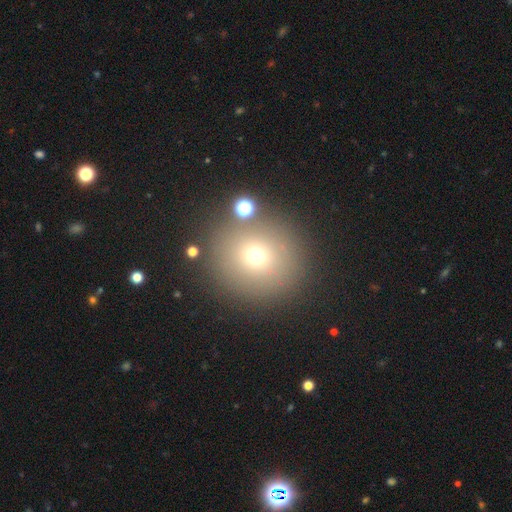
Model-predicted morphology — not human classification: type=smooth (67%); roundness=round (92%); merging=none (82%).